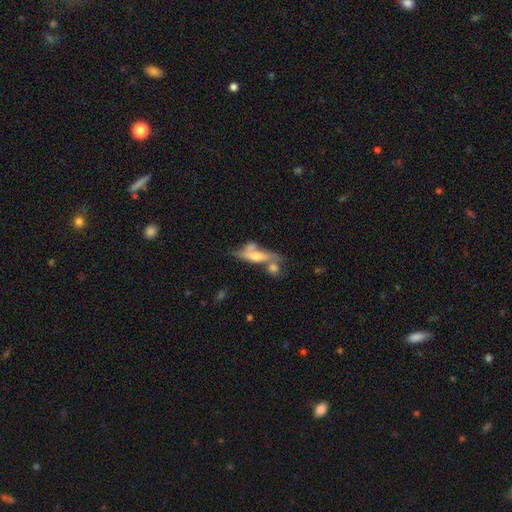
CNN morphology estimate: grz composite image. It shows a featured or disk galaxy (53%) viewed edge-on (50%, tied with no). Merging: merger (38%).